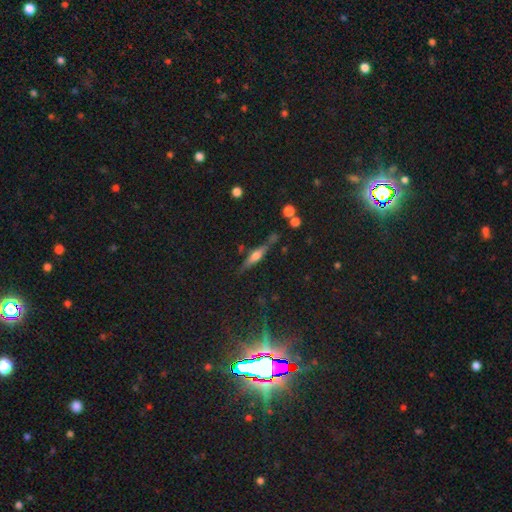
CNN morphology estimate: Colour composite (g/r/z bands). It shows a featured or disk galaxy (64%) viewed edge-on (94%) with a rounded central bulge (81%). Merging: none (77%).